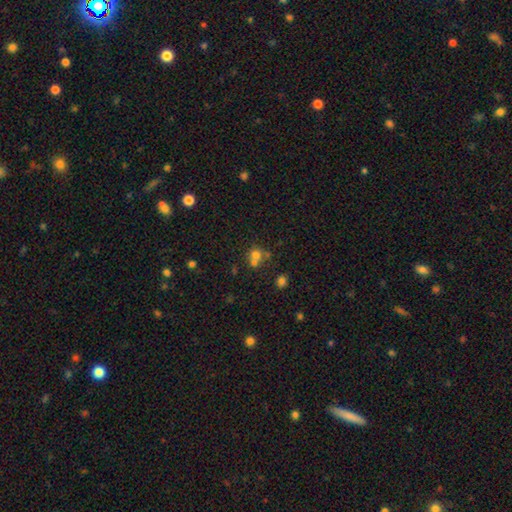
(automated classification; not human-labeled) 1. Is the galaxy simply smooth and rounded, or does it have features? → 69% smooth, 17% star or artifact, 14% featured or disk.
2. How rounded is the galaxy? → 82% round, 17% in between, 1% cigar-shaped.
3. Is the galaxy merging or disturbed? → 46% merger, 42% none, 8% minor disturbance, 4% major disturbance.